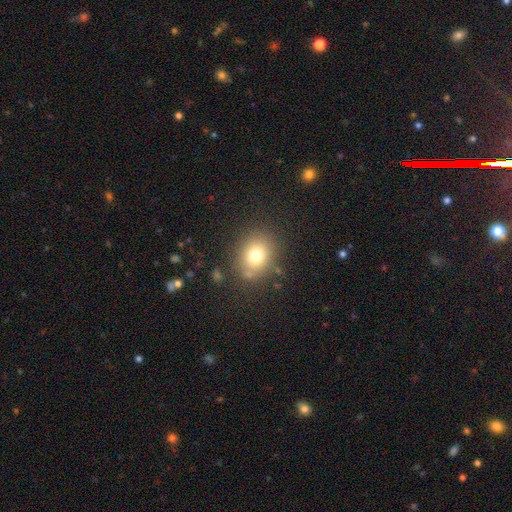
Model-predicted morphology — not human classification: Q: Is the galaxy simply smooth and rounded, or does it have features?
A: smooth — 75%.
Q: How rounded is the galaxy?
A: round — 57%.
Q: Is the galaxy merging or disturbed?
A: none — 80%.